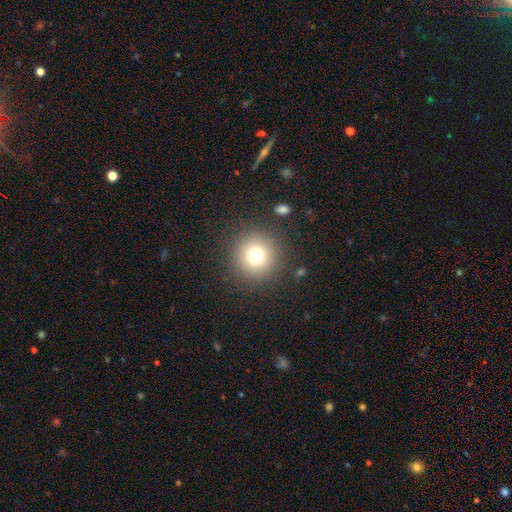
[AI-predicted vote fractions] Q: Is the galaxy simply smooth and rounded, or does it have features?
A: smooth — 75%.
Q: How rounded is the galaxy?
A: round — 95%.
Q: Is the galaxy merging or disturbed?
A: none — 88%.